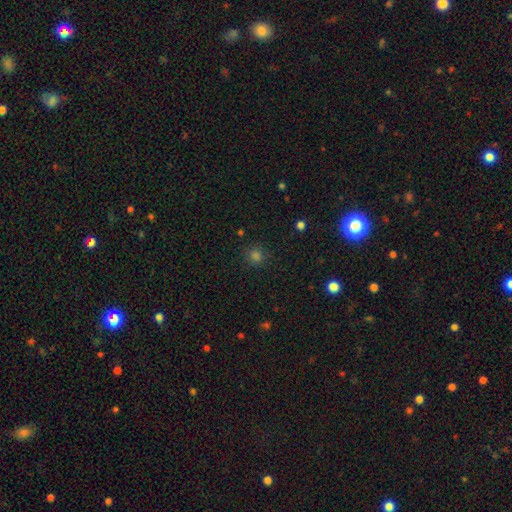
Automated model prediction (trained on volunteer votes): smooth-or-featured: smooth: 73% | star or artifact: 23% | featured or disk: 4%
  how-rounded: round: 91% | in between: 8% | cigar-shaped: 1%
  merging: none: 89% | minor disturbance: 7% | major disturbance: 3% | merger: 1%